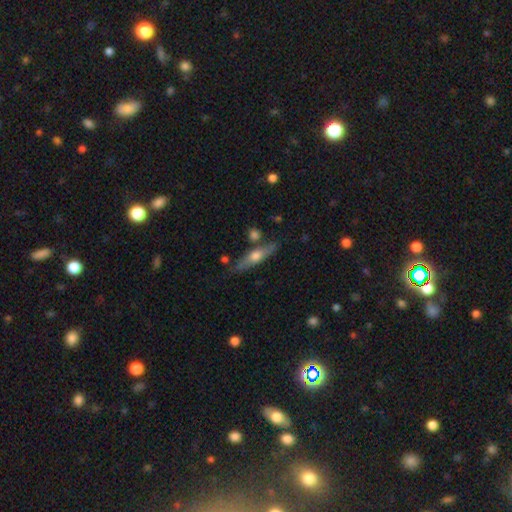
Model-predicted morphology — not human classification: Smooth or featured: featured or disk — 49% (smooth — 45%)
Merging: none — 74% (minor disturbance — 14%)